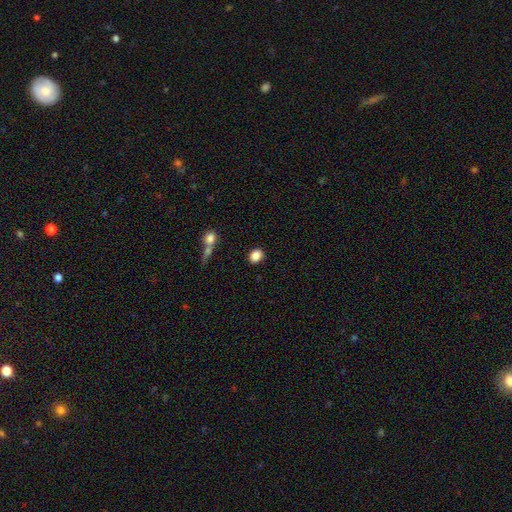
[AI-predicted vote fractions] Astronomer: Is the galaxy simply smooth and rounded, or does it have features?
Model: smooth — 87%.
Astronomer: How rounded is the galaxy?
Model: round — 58% (runner-up: in between, 40%).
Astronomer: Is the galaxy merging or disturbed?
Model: none — 84%.